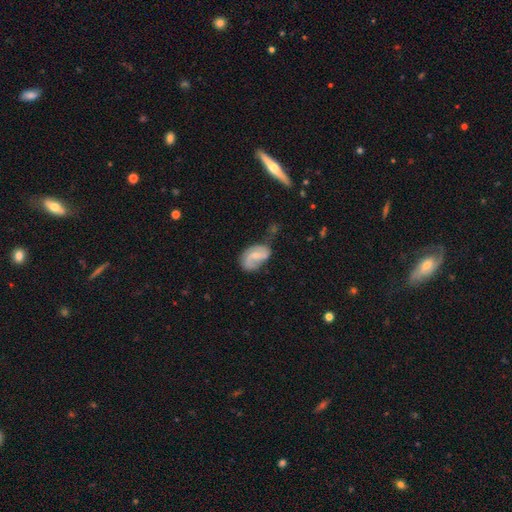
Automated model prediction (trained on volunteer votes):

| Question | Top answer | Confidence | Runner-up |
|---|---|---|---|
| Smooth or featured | featured or disk | 67% | smooth (27%) |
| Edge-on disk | no | 97% | yes (3%) |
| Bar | weak | 46% | no (43%) |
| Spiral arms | yes | 88% | no (12%) |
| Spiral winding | medium | 43% | loose (38%) |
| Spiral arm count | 2 | 76% | 1 (11%) |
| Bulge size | small | 56% | moderate (36%) |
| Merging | none | 48% | minor disturbance (31%) |